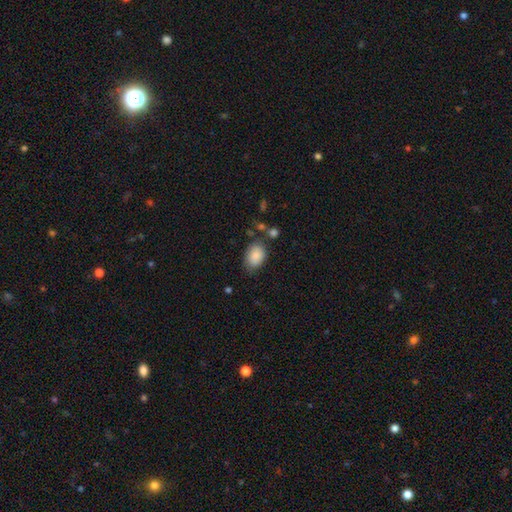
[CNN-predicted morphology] A smooth galaxy with no disk features (87%) that is in between round and cigar-shaped (82%). Merging: none (68%).